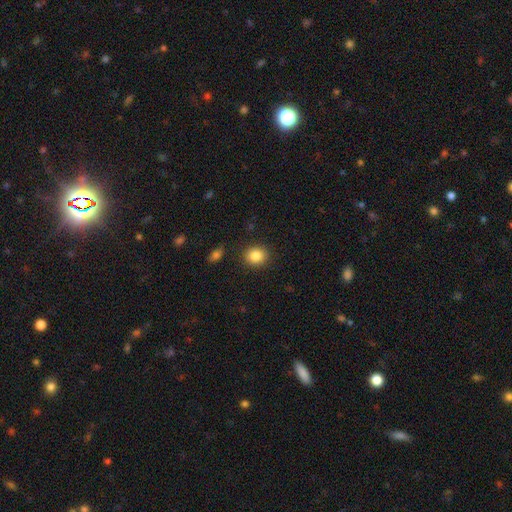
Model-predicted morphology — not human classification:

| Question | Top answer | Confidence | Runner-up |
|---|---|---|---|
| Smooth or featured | smooth | 85% | star or artifact (9%) |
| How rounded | round | 73% | in between (26%) |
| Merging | none | 89% | minor disturbance (7%) |